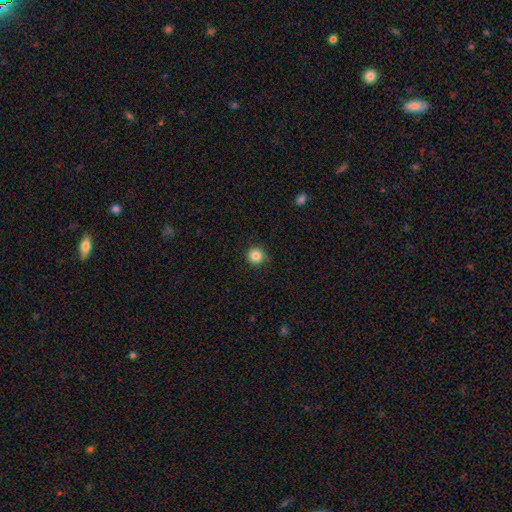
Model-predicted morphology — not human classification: Q: Smooth or featured?
A: smooth (85%); runner-up: star or artifact (11%)
Q: How rounded?
A: round (95%); runner-up: in between (4%)
Q: Merging?
A: none (89%); runner-up: minor disturbance (8%)